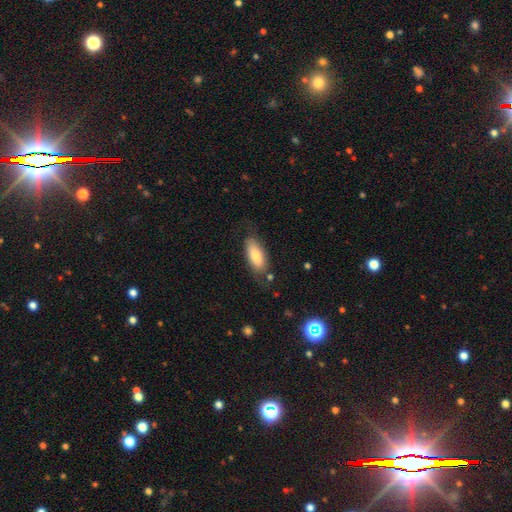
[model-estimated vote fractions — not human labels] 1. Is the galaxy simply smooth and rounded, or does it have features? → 73% smooth, 21% featured or disk, 6% star or artifact.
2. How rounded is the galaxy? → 83% in between, 14% cigar-shaped, 2% round.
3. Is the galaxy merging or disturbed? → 64% none, 24% minor disturbance, 10% major disturbance, 3% merger.